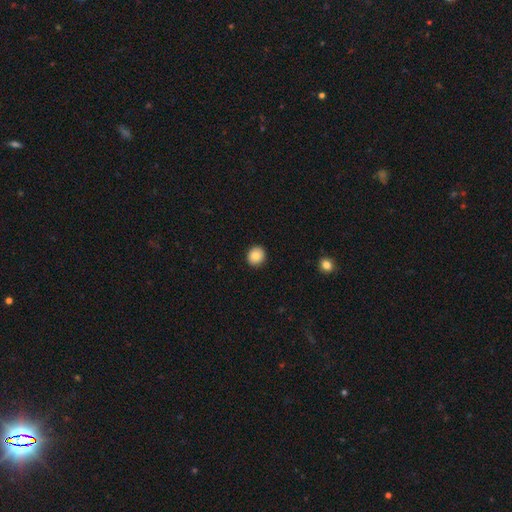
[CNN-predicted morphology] This appears to be a smooth galaxy with no disk features (84%) that is round (83%). Merging: none (92%).